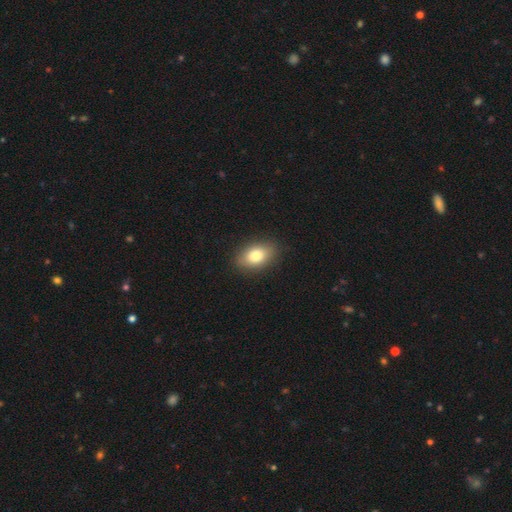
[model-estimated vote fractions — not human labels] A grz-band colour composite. It shows a smooth galaxy with no disk features (80%) that is in between round and cigar-shaped (85%). Merging: none (87%).